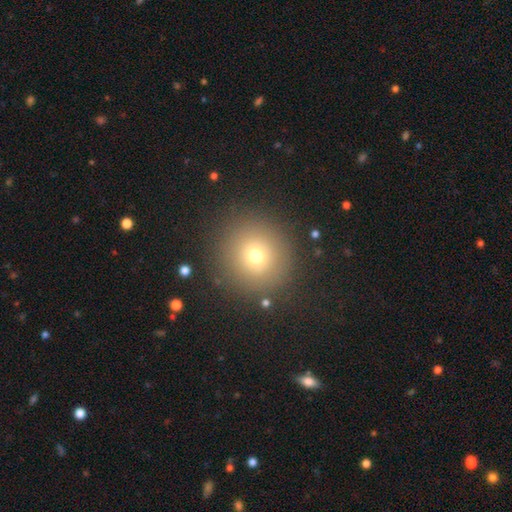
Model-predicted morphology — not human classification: smooth-or-featured: smooth: 70% | star or artifact: 18% | featured or disk: 12%
  how-rounded: round: 93% | in between: 6% | cigar-shaped: 1%
  merging: none: 88% | minor disturbance: 7% | major disturbance: 4% | merger: 2%